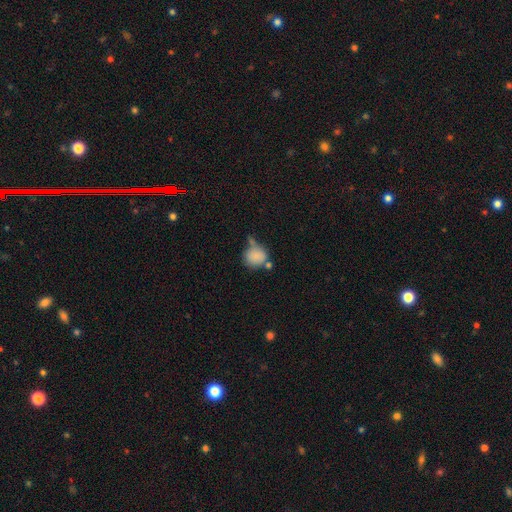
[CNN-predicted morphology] The model was most divided on "merging": none: 44%, minor disturbance: 23%, merger: 23%, major disturbance: 10%. More confident: smooth or featured — smooth (82%); how rounded — round (76%).